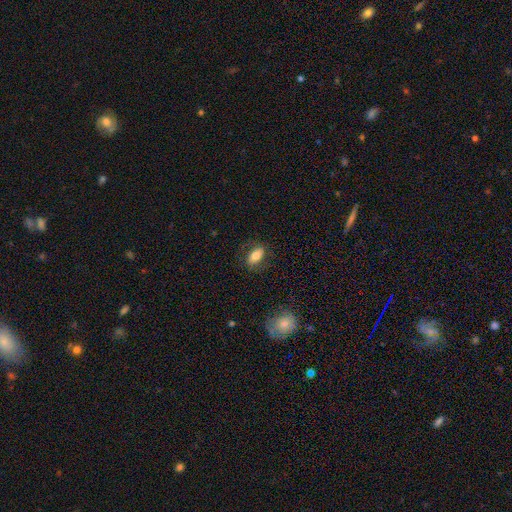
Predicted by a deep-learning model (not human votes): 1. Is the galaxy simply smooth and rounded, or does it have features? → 71% smooth, 21% featured or disk, 8% star or artifact.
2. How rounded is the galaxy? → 88% in between, 7% round, 5% cigar-shaped.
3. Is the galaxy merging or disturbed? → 77% none, 15% minor disturbance, 7% major disturbance, 1% merger.